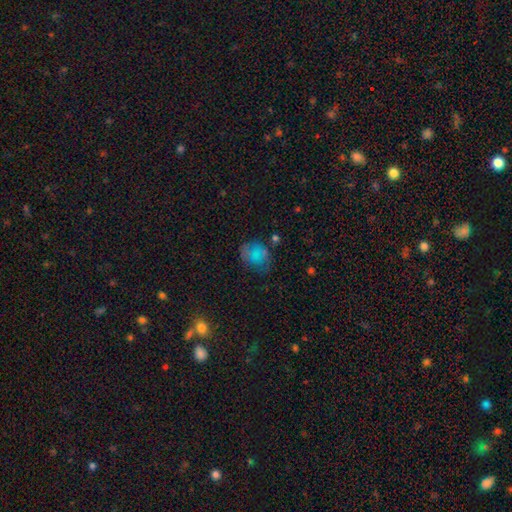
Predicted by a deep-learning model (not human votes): This is possibly a smooth galaxy (57%). How rounded: possibly in between (60%). Merging: possibly none (47%).